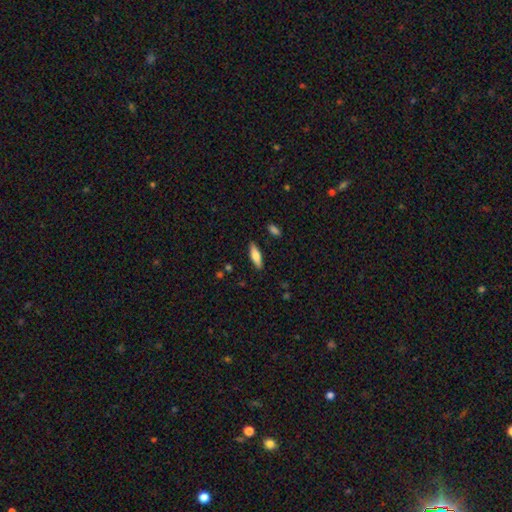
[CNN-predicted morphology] Q: Smooth or featured?
A: smooth (69%); runner-up: featured or disk (25%)
Q: How rounded?
A: in between (52%); runner-up: cigar-shaped (46%)
Q: Merging?
A: none (87%); runner-up: minor disturbance (10%)